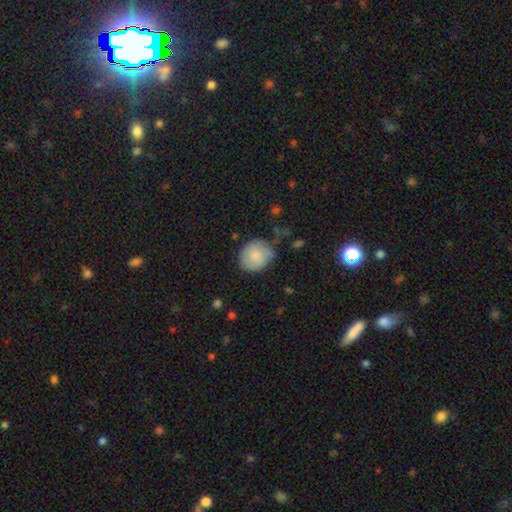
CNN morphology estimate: Overall: smooth (79%). How rounded: round (73%). Merging: none (58%; minor disturbance 29%).